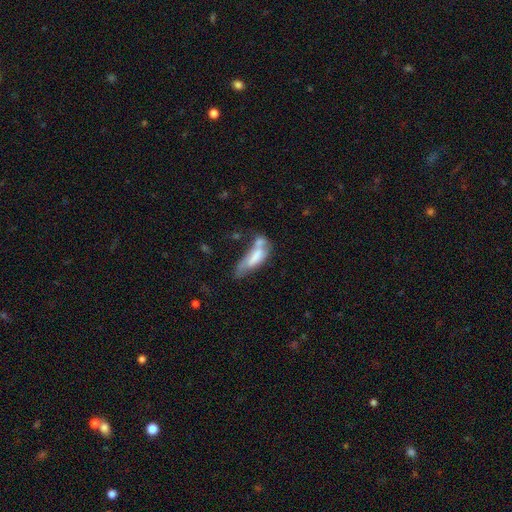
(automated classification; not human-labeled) Q: Smooth or featured?
A: smooth (63%); runner-up: featured or disk (29%)
Q: How rounded?
A: in between (55%); runner-up: cigar-shaped (43%)
Q: Merging?
A: merger (38%); runner-up: major disturbance (23%)